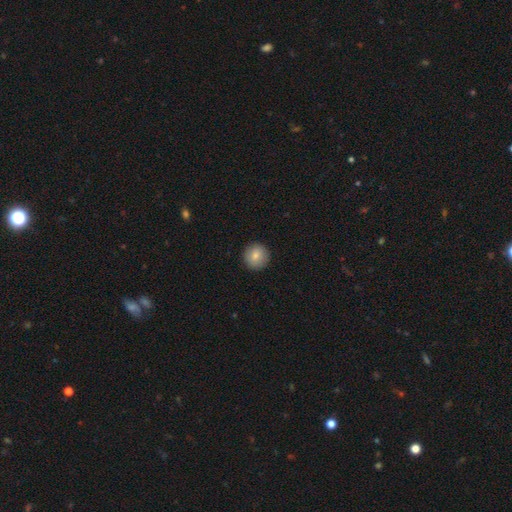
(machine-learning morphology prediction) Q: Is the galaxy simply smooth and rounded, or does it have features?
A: smooth — 83%.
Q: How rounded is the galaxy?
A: round — 95%.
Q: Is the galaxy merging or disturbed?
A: none — 92%.